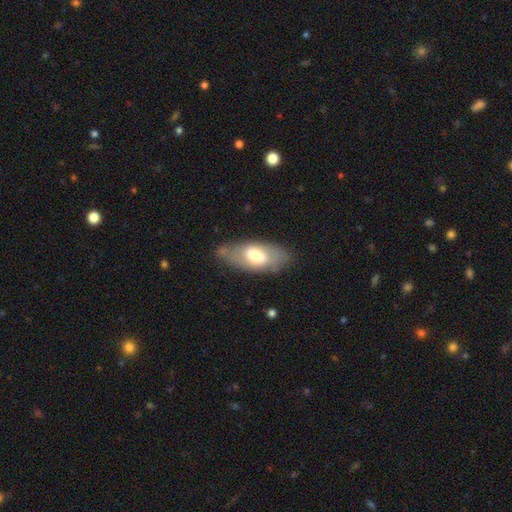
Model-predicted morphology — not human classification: smooth_or_featured: smooth (p=0.60) [alt: featured or disk p=0.34]
how_rounded: in between (p=0.88) [alt: cigar-shaped p=0.09]
merging: none (p=0.71) [alt: minor disturbance p=0.20]